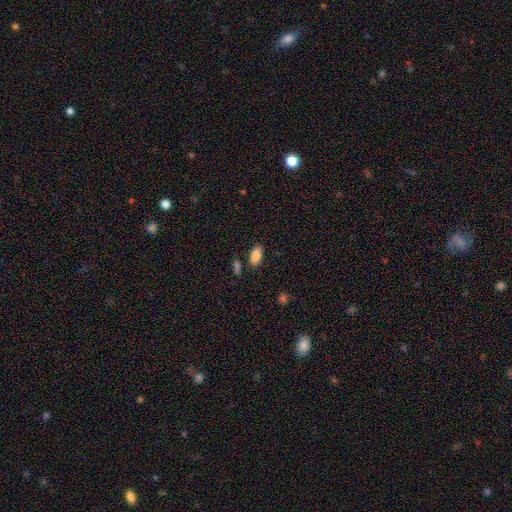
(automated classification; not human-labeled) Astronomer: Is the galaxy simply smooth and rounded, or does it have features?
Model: smooth — 87%.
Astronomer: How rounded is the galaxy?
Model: in between — 88%.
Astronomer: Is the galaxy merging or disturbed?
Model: none — 81%.